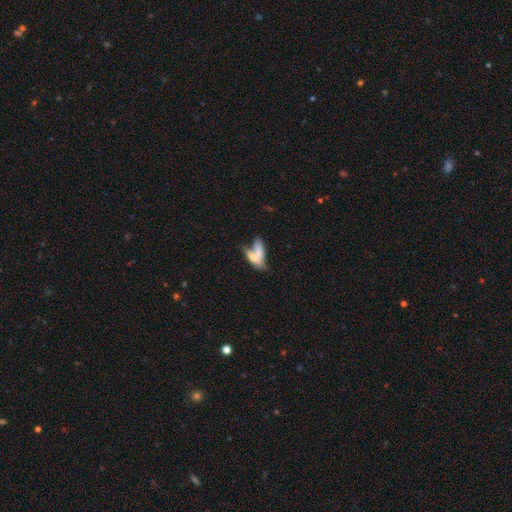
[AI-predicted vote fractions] Smooth or featured?
  - smooth: 62% *
  - featured or disk: 30%
  - star or artifact: 8%
How rounded?
  - in between: 58% *
  - cigar-shaped: 37%
  - round: 6%
Merging?
  - merger: 58% *
  - none: 24%
  - minor disturbance: 10%
  - major disturbance: 9%